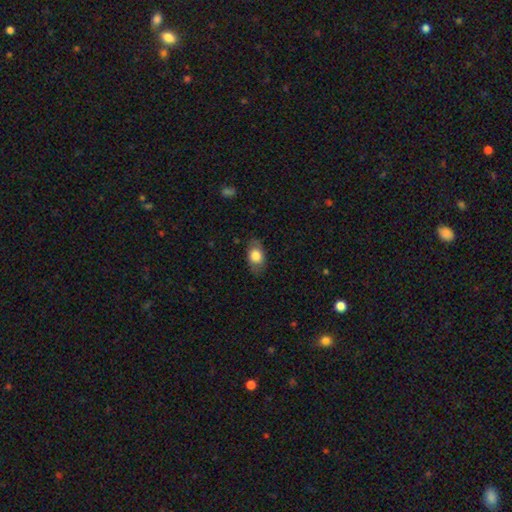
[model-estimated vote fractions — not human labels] This appears to be a smooth galaxy with no disk features (74%) that is in between round and cigar-shaped (86%). Merging: none (80%).